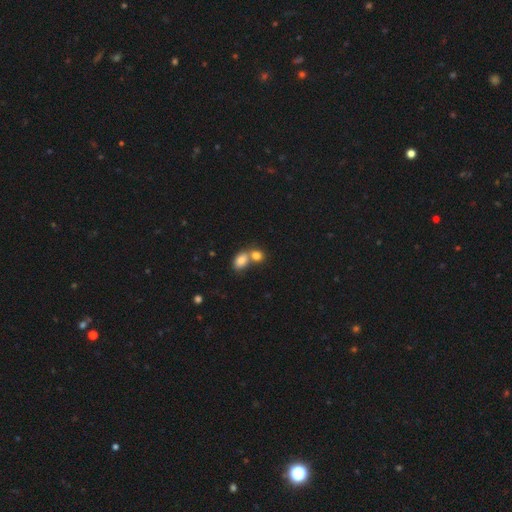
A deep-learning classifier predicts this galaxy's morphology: smooth-or-featured: smooth: 81% | star or artifact: 10% | featured or disk: 9%
  how-rounded: in between: 53% | round: 45% | cigar-shaped: 1%
  merging: merger: 59% | none: 32% | minor disturbance: 7% | major disturbance: 3%